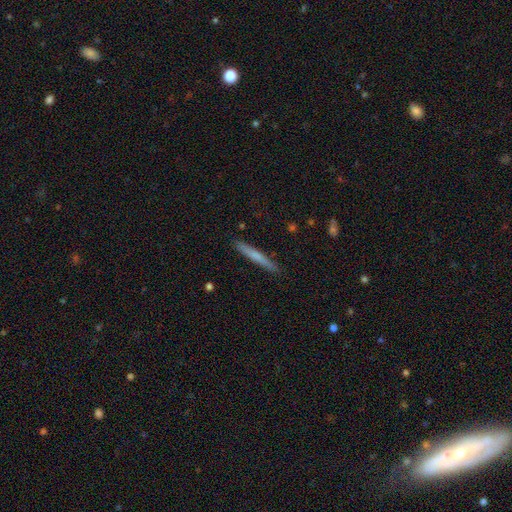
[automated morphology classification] smooth 62%, featured or disk 33%, star or artifact 6%. Down the decision tree: how rounded — cigar-shaped (96%); merging — none (90%).